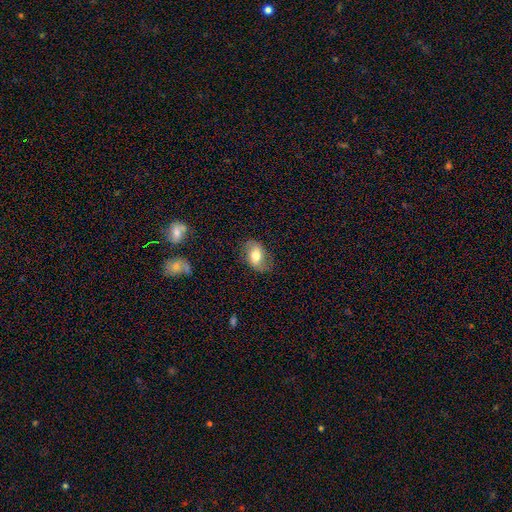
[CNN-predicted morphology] Smooth or featured: smooth — 64% (featured or disk — 28%)
How rounded: in between — 83% (round — 16%)
Merging: none — 75% (minor disturbance — 18%)